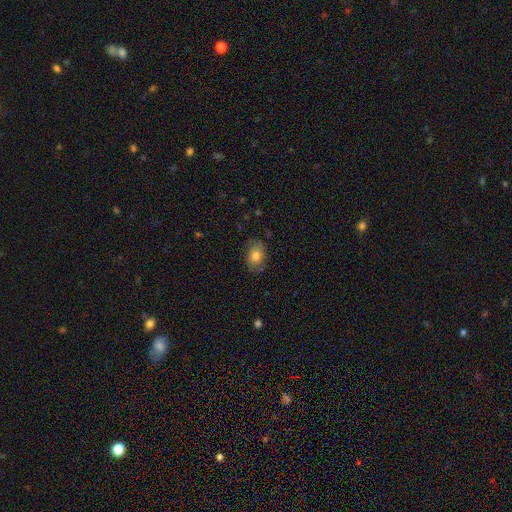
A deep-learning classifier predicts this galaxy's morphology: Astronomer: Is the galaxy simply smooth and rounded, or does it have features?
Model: smooth — 72%.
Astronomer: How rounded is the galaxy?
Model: in between — 72%.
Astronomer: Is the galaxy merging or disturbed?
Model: none — 74%.